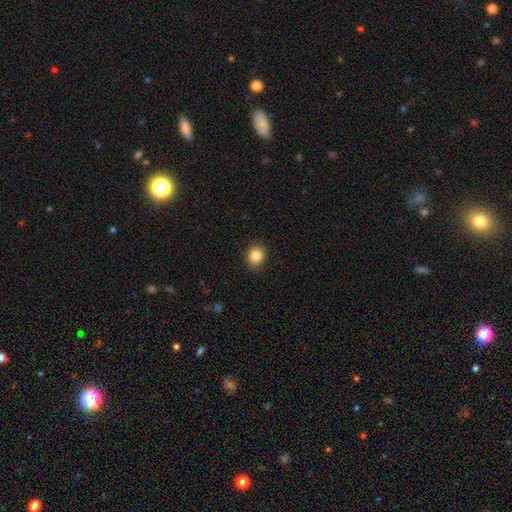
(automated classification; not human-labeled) Q: Smooth or featured?
A: smooth (85%); runner-up: star or artifact (10%)
Q: How rounded?
A: round (69%); runner-up: in between (30%)
Q: Merging?
A: none (90%); runner-up: minor disturbance (8%)